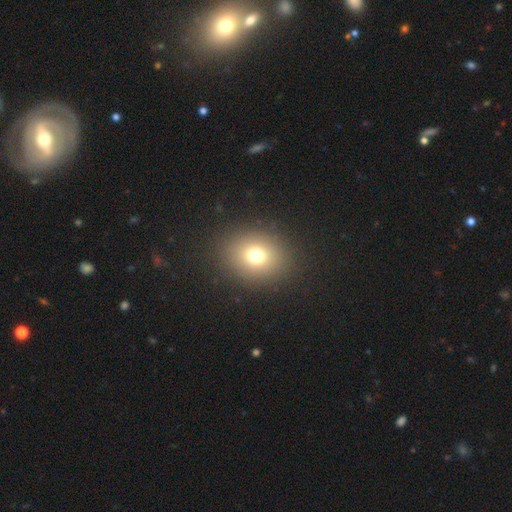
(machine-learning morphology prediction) smooth 73%, star or artifact 17%, featured or disk 10%. Down the decision tree: how rounded — round (62%); merging — none (88%).